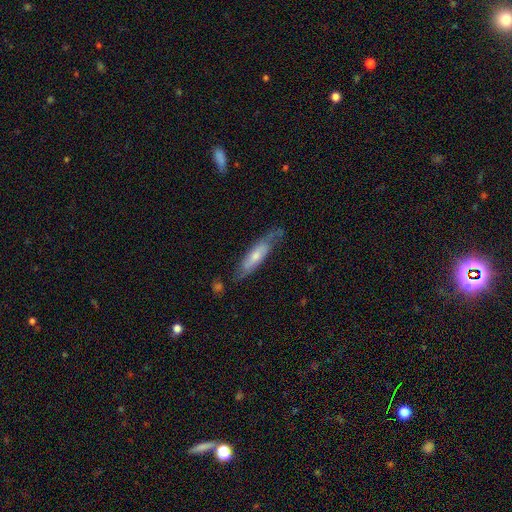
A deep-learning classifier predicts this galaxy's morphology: Smooth or featured: featured or disk — 50% (smooth — 44%)
Edge-on disk: no — 55% (yes — 45%)
Merging: none — 63% (minor disturbance — 25%)